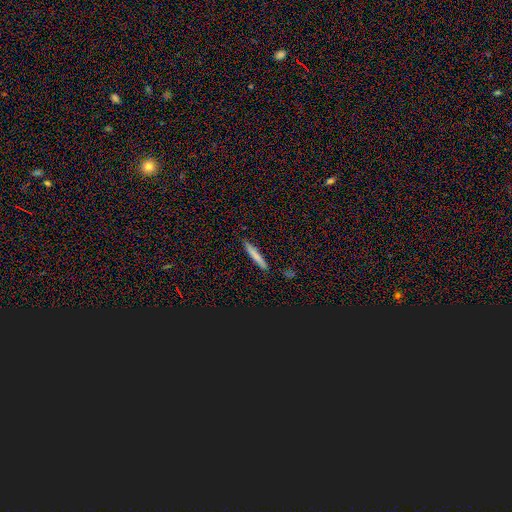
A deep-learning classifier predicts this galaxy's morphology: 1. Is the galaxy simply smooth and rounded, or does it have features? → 77% smooth, 16% featured or disk, 7% star or artifact.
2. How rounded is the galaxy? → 95% cigar-shaped, 4% in between, 1% round.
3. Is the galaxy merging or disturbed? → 88% none, 9% minor disturbance, 2% major disturbance, 2% merger.